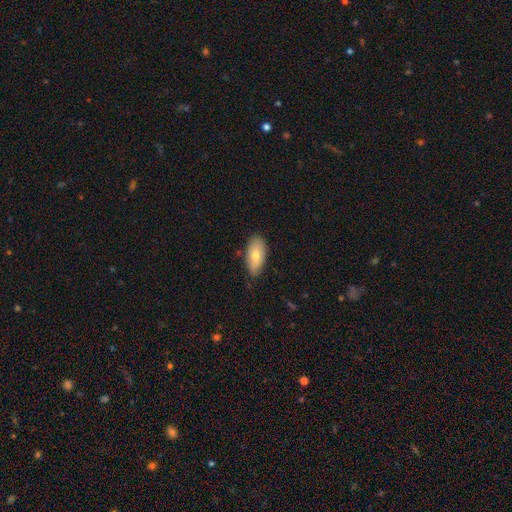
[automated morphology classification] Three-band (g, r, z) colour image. It shows a smooth galaxy with no disk features (74%) that is in between round and cigar-shaped (91%). Merging: none (80%).